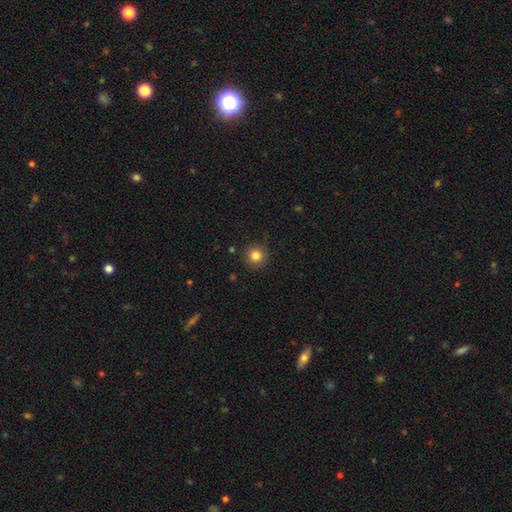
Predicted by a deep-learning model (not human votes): A smooth galaxy with no disk features (82%) that is round (95%).

Vote fractions:
- Smooth or featured? smooth: 82% / star or artifact: 12% / featured or disk: 6%
- How rounded? round: 95% / in between: 4% / cigar-shaped: 1%
- Merging? none: 87% / minor disturbance: 9% / major disturbance: 2% / merger: 1%